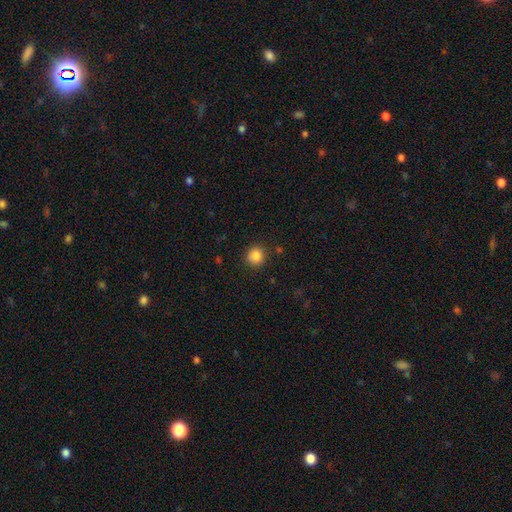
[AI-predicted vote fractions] Smooth or featured? Predicted: smooth (p=0.85). How rounded? Predicted: round (p=0.90). Merging? Predicted: none (p=0.89).